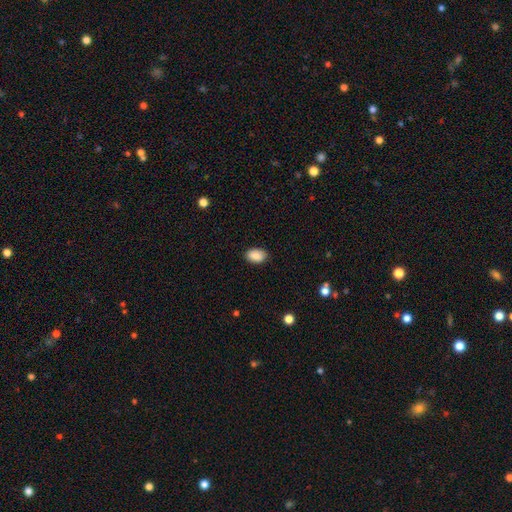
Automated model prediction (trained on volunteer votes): A smooth galaxy with no disk features (90%) that is in between round and cigar-shaped (89%).

Vote fractions:
- Smooth or featured? smooth: 90% / star or artifact: 7% / featured or disk: 3%
- How rounded? in between: 89% / round: 9% / cigar-shaped: 1%
- Merging? none: 87% / minor disturbance: 9% / major disturbance: 2% / merger: 1%